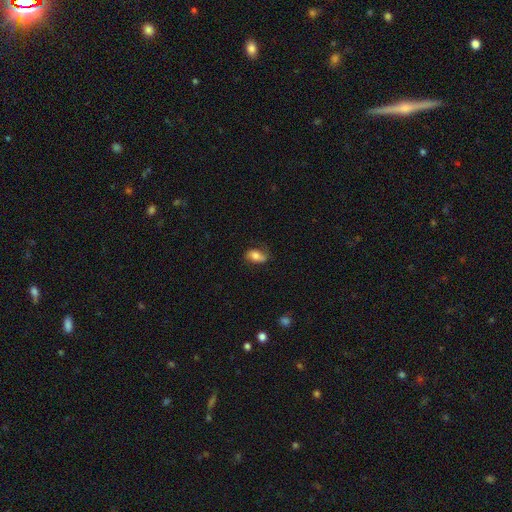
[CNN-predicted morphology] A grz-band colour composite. It shows a smooth galaxy with no disk features (64%) that is in between round and cigar-shaped (86%). Merging: none (68%).